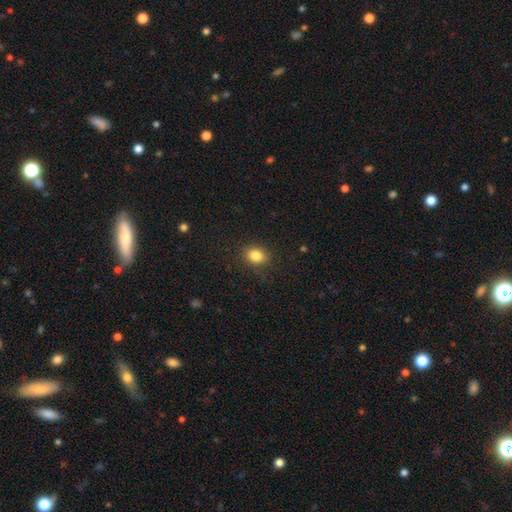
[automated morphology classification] smooth_or_featured: smooth (p=0.84) [alt: star or artifact p=0.11]
how_rounded: round (p=0.51) [alt: in between p=0.48]
merging: none (p=0.85) [alt: minor disturbance p=0.10]